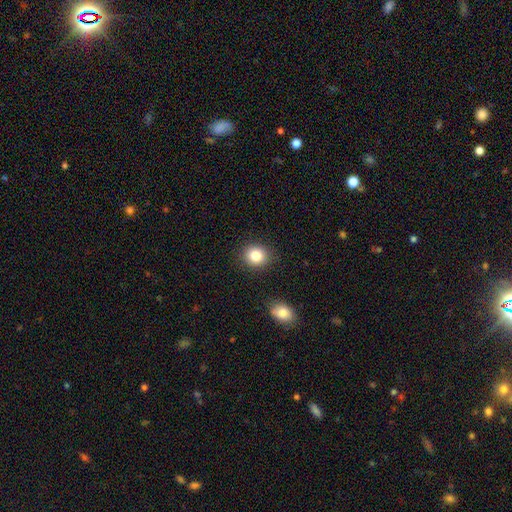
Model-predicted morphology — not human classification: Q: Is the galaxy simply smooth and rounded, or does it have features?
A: smooth — 82%.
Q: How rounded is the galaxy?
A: round — 78%.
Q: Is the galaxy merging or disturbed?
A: none — 88%.